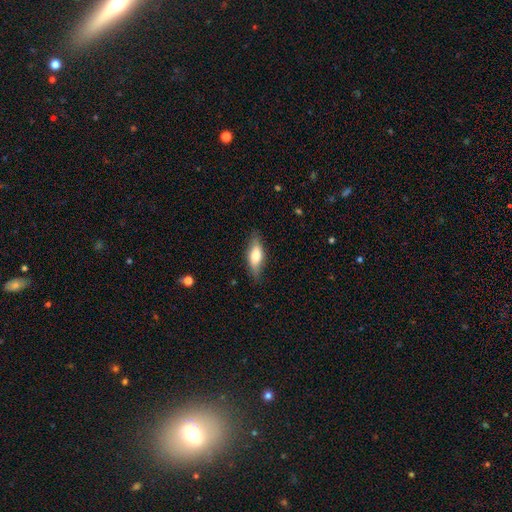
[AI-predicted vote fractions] smooth-or-featured: smooth: 66% | featured or disk: 28% | star or artifact: 6%
  how-rounded: in between: 64% | cigar-shaped: 33% | round: 3%
  merging: none: 80% | minor disturbance: 16% | major disturbance: 3% | merger: 1%